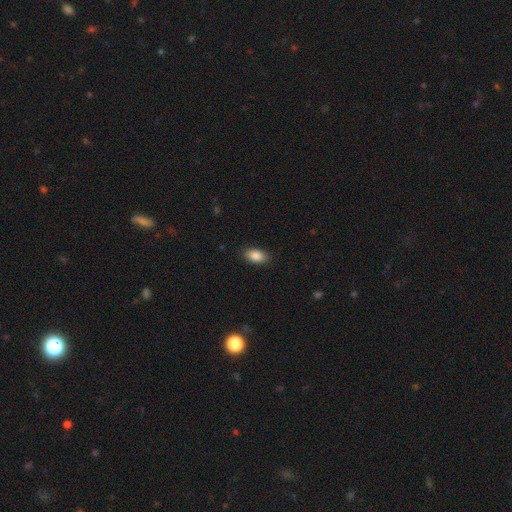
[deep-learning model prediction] smooth-or-featured: smooth: 88% | star or artifact: 7% | featured or disk: 5%
  how-rounded: in between: 92% | round: 5% | cigar-shaped: 3%
  merging: none: 88% | minor disturbance: 9% | major disturbance: 2% | merger: 1%